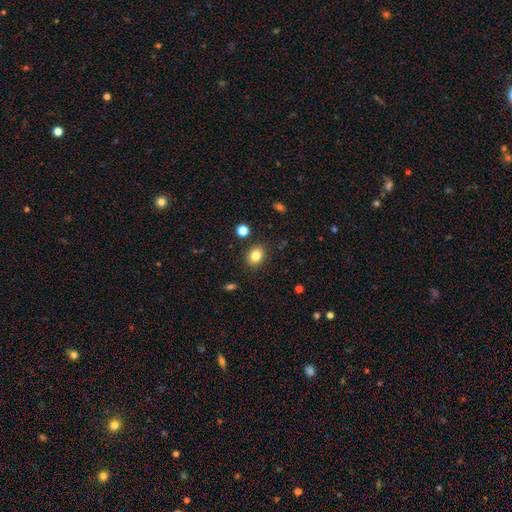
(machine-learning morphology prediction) Overall: smooth (83%). How rounded: in between (57%; round 42%). Merging: none (86%).